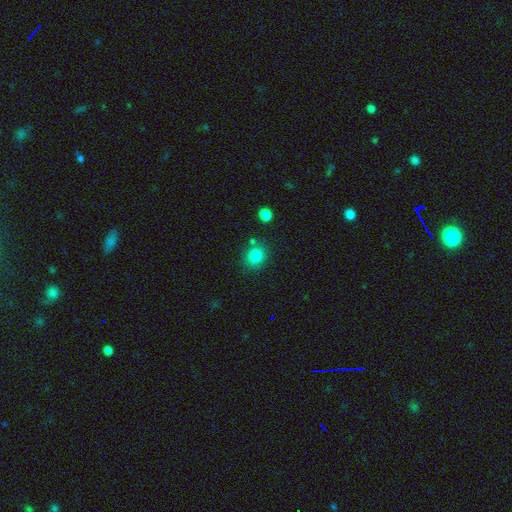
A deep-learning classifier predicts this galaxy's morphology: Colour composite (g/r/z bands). It shows a smooth galaxy with no disk features (82%) that is round (80%). Merging: none (78%).